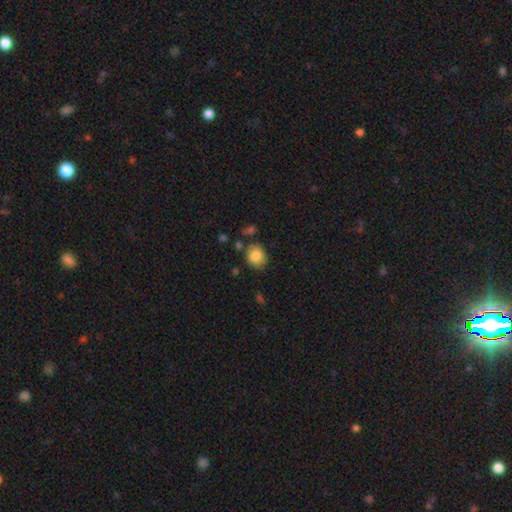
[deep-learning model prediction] This appears to be a smooth galaxy with no disk features (83%) that is round (69%). Merging: none (74%).